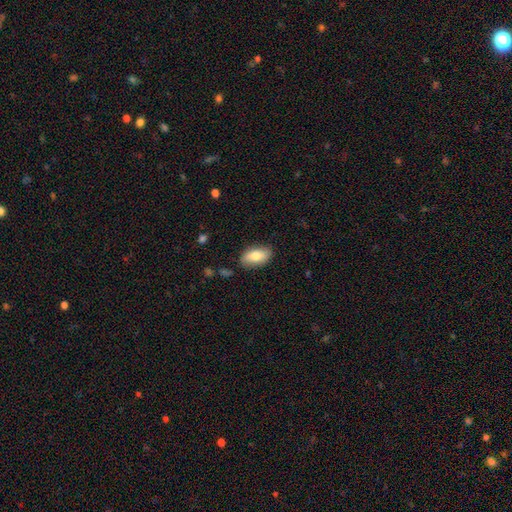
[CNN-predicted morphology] A smooth galaxy with no disk features (75%) that is in between round and cigar-shaped (92%).

Vote fractions:
- Smooth or featured? smooth: 75% / featured or disk: 19% / star or artifact: 6%
- How rounded? in between: 92% / round: 4% / cigar-shaped: 4%
- Merging? none: 81% / minor disturbance: 14% / major disturbance: 3% / merger: 2%